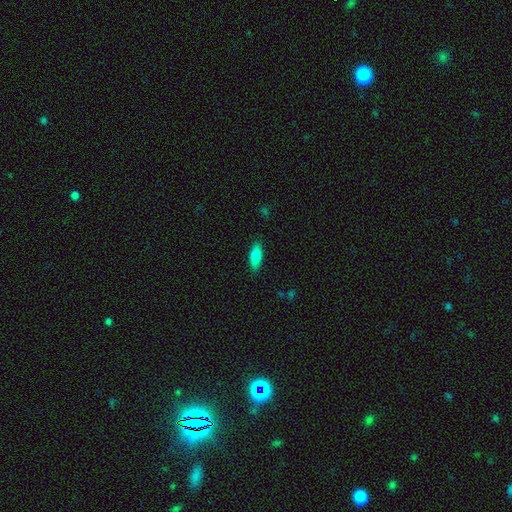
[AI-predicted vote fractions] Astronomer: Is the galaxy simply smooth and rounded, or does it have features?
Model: smooth — 80%.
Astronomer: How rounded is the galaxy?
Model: in between — 65%.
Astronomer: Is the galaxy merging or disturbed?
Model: none — 88%.